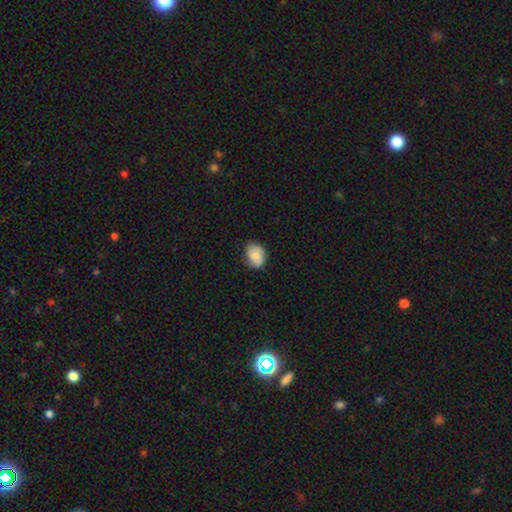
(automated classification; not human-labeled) Smooth or featured: smooth — 80% (featured or disk — 13%)
How rounded: in between — 68% (round — 31%)
Merging: none — 77% (minor disturbance — 19%)